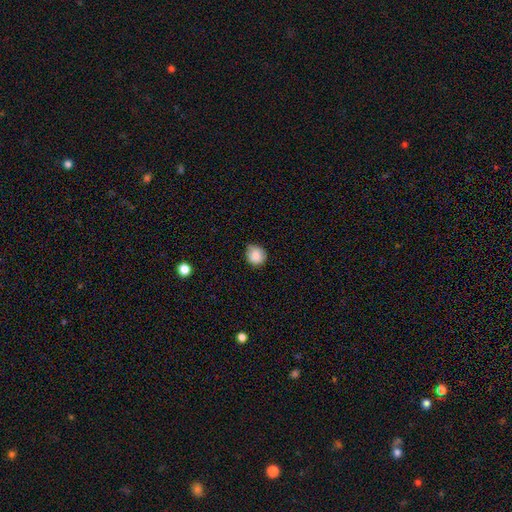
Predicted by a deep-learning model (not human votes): A smooth galaxy with no disk features (86%) that is round (87%). Merging: none (72%).